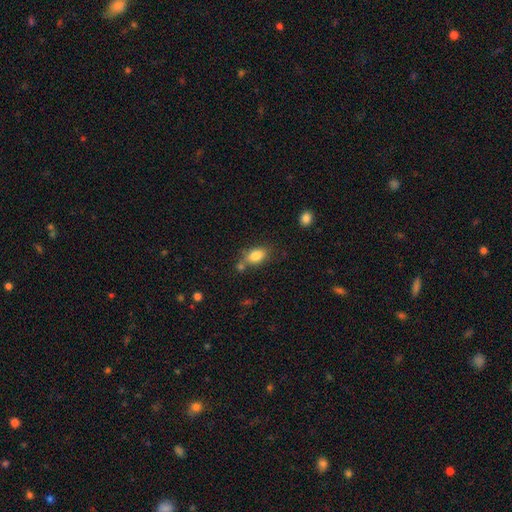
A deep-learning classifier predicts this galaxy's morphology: This is clearly a smooth galaxy (84%). How rounded: clearly in between (86%). Merging: likely none (63%).